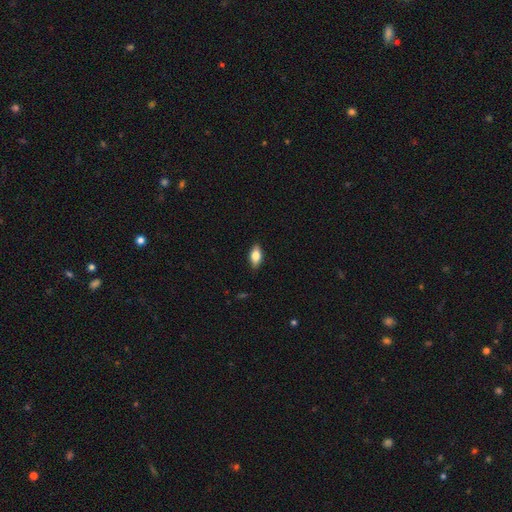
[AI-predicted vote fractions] A smooth galaxy with no disk features (77%) that is in between round and cigar-shaped (87%).

Vote fractions:
- Smooth or featured? smooth: 77% / featured or disk: 16% / star or artifact: 7%
- How rounded? in between: 87% / cigar-shaped: 10% / round: 4%
- Merging? none: 86% / minor disturbance: 11% / major disturbance: 2% / merger: 1%